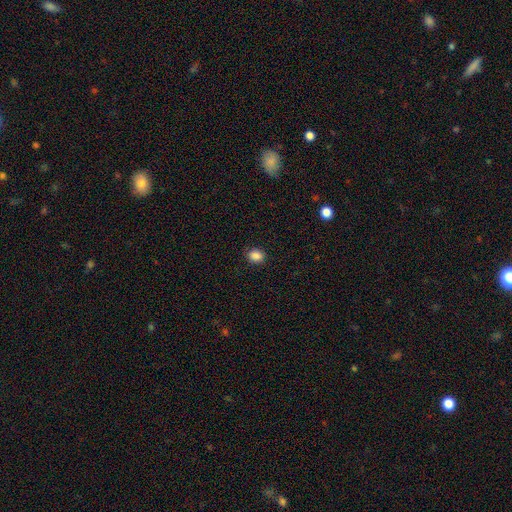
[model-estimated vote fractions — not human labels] A smooth galaxy with no disk features (87%) that is in between round and cigar-shaped (50%).

Vote fractions:
- Smooth or featured? smooth: 87% / star or artifact: 10% / featured or disk: 3%
- How rounded? in between: 50% / round: 49% / cigar-shaped: 1%
- Merging? none: 88% / minor disturbance: 9% / major disturbance: 2% / merger: 1%